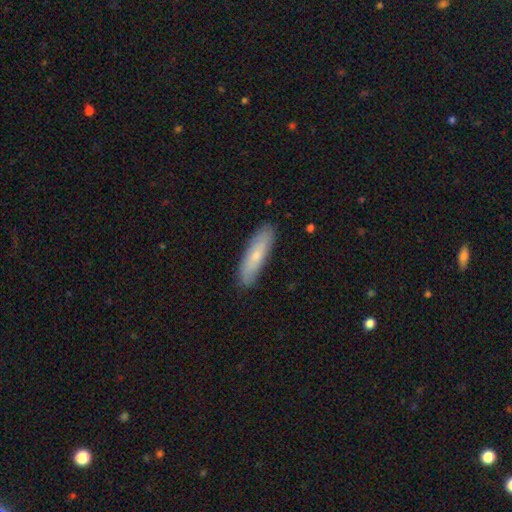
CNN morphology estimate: A smooth galaxy with no disk features (67%) that is cigar-shaped (68%).

Vote fractions:
- Smooth or featured? smooth: 67% / featured or disk: 27% / star or artifact: 6%
- How rounded? cigar-shaped: 68% / in between: 31% / round: 2%
- Merging? none: 87% / minor disturbance: 10% / major disturbance: 2% / merger: 1%